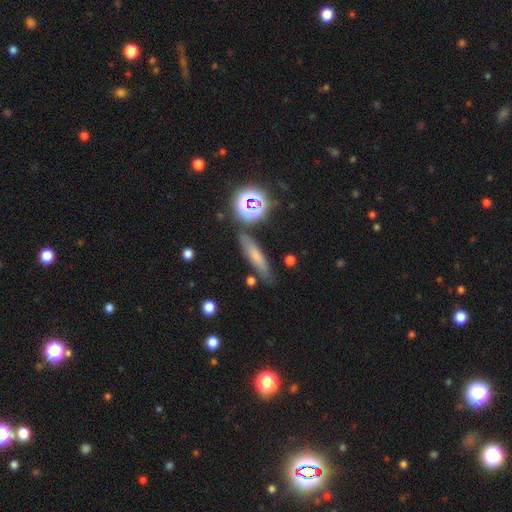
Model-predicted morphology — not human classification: The model was most divided on "smooth or featured": smooth: 64%, featured or disk: 20%, star or artifact: 16%. More confident: merging — none (80%); how rounded — cigar-shaped (76%).